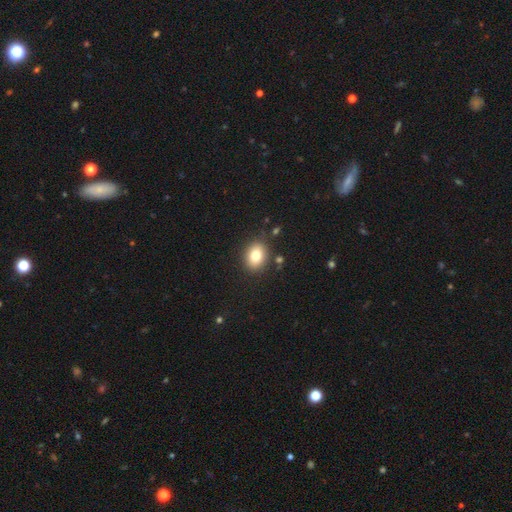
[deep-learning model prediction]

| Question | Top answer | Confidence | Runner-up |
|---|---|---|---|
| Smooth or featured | smooth | 80% | star or artifact (10%) |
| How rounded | in between | 53% | round (46%) |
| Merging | none | 85% | minor disturbance (9%) |